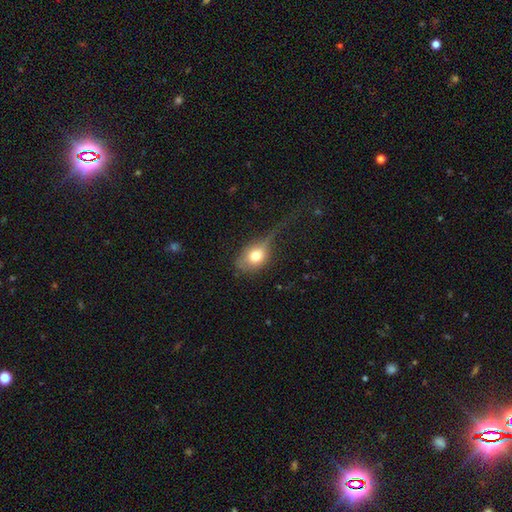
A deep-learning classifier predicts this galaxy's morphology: smooth_or_featured: smooth (p=0.72) [alt: featured or disk p=0.20]
how_rounded: in between (p=0.69) [alt: round p=0.29]
merging: major disturbance (p=0.43) [alt: minor disturbance p=0.29]